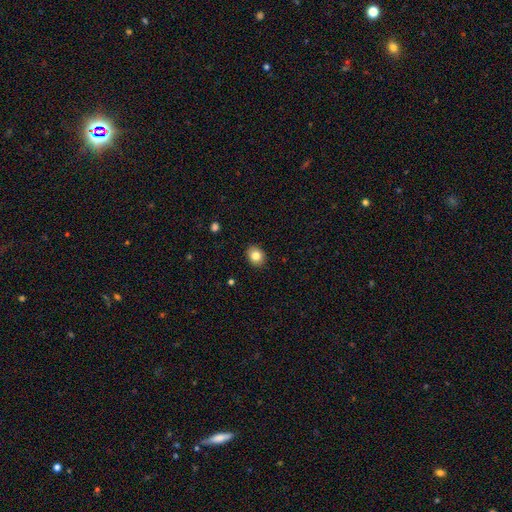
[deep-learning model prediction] Smooth or featured?
  - smooth: 82% *
  - star or artifact: 9%
  - featured or disk: 8%
How rounded?
  - in between: 50% *
  - round: 49%
  - cigar-shaped: 1%
Merging?
  - none: 90% *
  - minor disturbance: 7%
  - major disturbance: 2%
  - merger: 1%